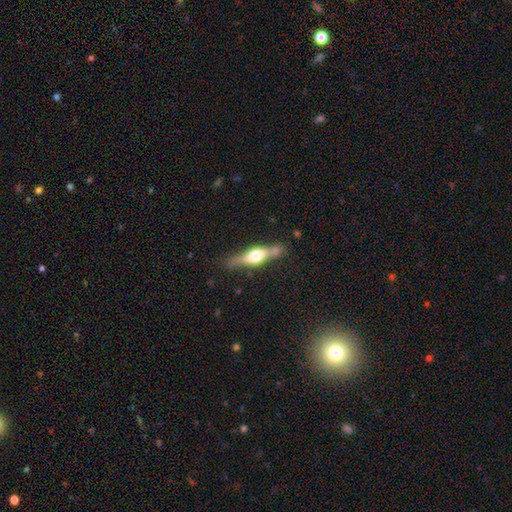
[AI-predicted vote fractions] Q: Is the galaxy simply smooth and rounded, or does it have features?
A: featured or disk — 57%.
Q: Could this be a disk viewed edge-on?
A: yes — 90%.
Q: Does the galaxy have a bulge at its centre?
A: rounded — 89%.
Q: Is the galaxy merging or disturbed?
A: none — 61%.